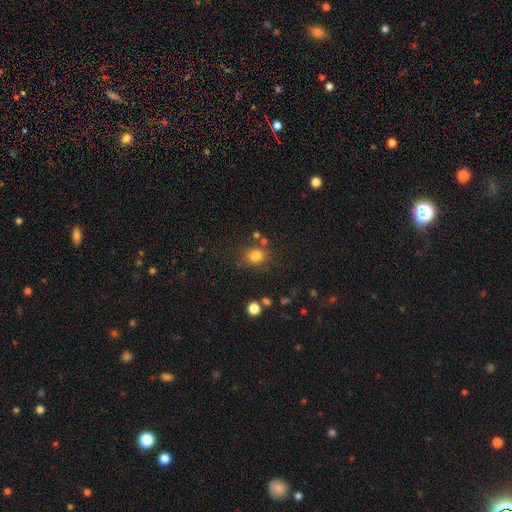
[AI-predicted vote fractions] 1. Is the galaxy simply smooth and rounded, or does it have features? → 80% smooth, 13% star or artifact, 7% featured or disk.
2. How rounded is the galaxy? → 70% round, 29% in between, 1% cigar-shaped.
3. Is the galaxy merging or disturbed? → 74% none, 13% minor disturbance, 8% merger, 5% major disturbance.